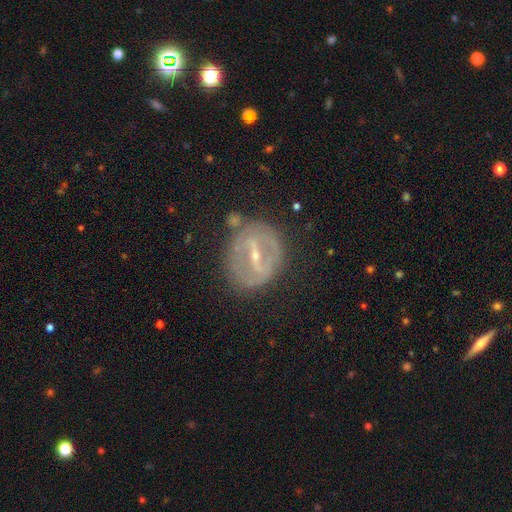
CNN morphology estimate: Q: Smooth or featured?
A: featured or disk (77%); runner-up: smooth (15%)
Q: Edge-on disk?
A: no (92%); runner-up: yes (8%)
Q: Bar?
A: strong (66%); runner-up: weak (25%)
Q: Spiral arms?
A: no (59%); runner-up: yes (41%)
Q: Bulge size?
A: small (68%); runner-up: moderate (28%)
Q: Merging?
A: none (70%); runner-up: minor disturbance (17%)